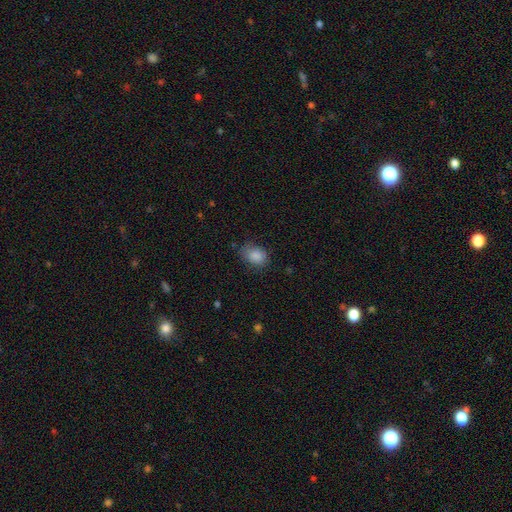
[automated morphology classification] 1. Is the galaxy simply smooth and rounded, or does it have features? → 87% smooth, 8% star or artifact, 5% featured or disk.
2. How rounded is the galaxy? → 68% in between, 31% round, 1% cigar-shaped.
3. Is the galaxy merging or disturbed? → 71% none, 22% minor disturbance, 6% major disturbance, 1% merger.